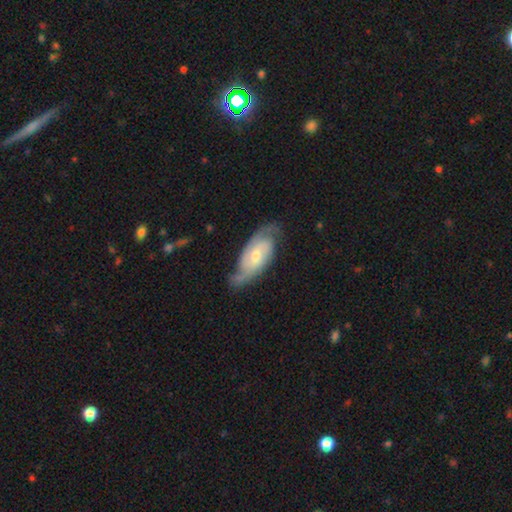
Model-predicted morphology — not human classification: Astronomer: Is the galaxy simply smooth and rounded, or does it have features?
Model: featured or disk — 81%.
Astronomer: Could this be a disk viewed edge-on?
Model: no — 93%.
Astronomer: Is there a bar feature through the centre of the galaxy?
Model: no — 50% (runner-up: weak, 41%).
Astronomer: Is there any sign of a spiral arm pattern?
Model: yes — 95%.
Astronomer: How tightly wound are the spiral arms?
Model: medium — 43% (runner-up: tight, 41%).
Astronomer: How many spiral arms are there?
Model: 2 — 73%.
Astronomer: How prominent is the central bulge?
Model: moderate — 51% (runner-up: small, 43%).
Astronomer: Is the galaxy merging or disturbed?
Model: none — 67%.